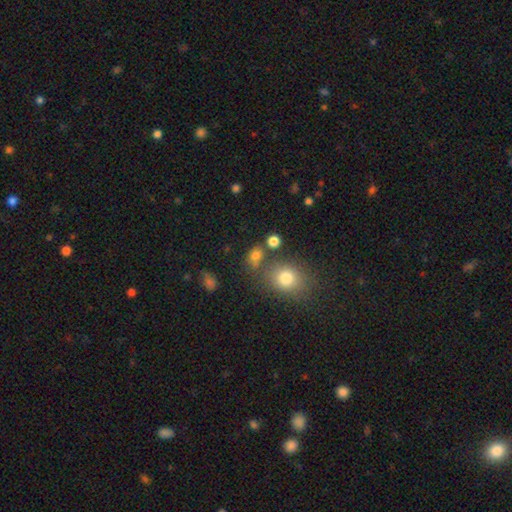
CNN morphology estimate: Smooth or featured: smooth — 77% (star or artifact — 15%)
How rounded: round — 50% (in between — 48%)
Merging: none — 61% (merger — 18%)